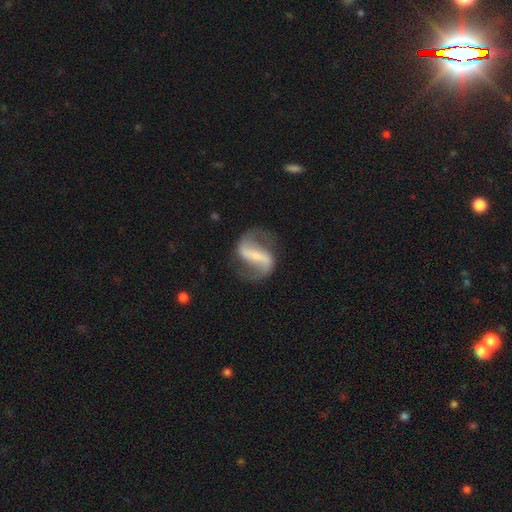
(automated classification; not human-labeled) Overall: featured or disk (86%). Edge-on disk: no (96%). Bar: strong (66%). Spiral arms: yes (94%). Spiral arm count: 2 (93%). Spiral winding: loose (54%; medium 36%). Bulge size: small (49%; none 26%). Merging: none (76%).